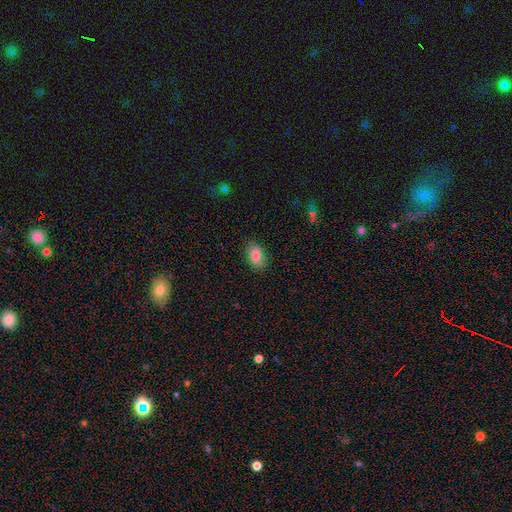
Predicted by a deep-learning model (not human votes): Overall: smooth (83%). How rounded: in between (90%). Merging: none (84%).